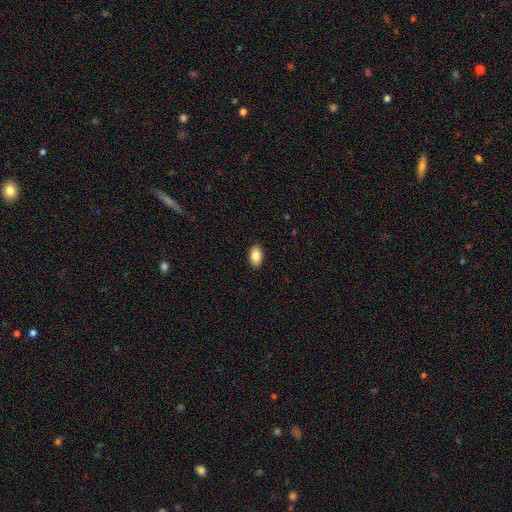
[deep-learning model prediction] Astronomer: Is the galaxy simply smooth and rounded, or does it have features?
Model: smooth — 86%.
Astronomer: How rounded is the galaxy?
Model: in between — 92%.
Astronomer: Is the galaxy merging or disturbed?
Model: none — 90%.